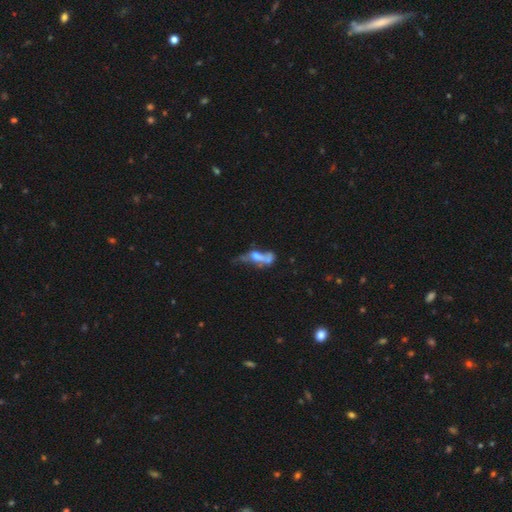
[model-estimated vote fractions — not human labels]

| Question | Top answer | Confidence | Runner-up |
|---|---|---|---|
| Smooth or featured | featured or disk | 52% | smooth (35%) |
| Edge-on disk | no | 75% | yes (25%) |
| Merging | merger | 38% | major disturbance (27%) |